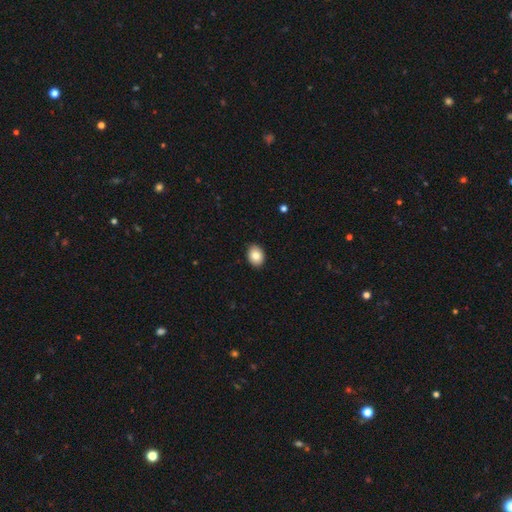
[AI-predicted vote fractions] This appears to be a smooth galaxy with no disk features (84%) that is in between round and cigar-shaped (69%). Merging: none (90%).